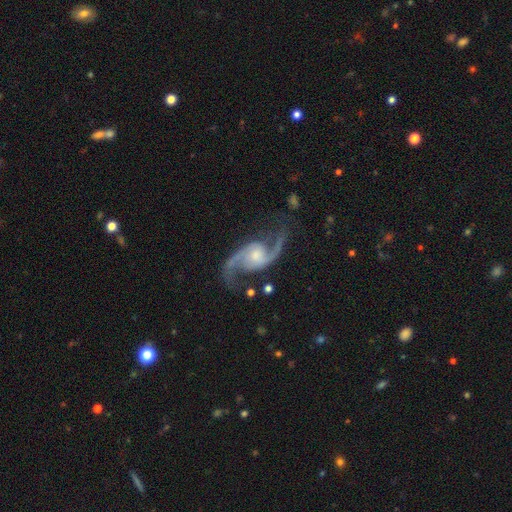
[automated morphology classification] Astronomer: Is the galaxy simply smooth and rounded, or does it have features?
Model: featured or disk — 93%.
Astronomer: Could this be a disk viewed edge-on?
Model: no — 97%.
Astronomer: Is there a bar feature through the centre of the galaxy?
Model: no — 55% (runner-up: weak, 36%).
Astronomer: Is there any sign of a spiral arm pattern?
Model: yes — 98%.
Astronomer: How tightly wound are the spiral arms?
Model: loose — 59% (runner-up: medium, 35%).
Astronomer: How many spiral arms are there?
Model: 2 — 95%.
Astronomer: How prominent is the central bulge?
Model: moderate — 43% (runner-up: small, 35%).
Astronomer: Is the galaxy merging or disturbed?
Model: none — 76%.